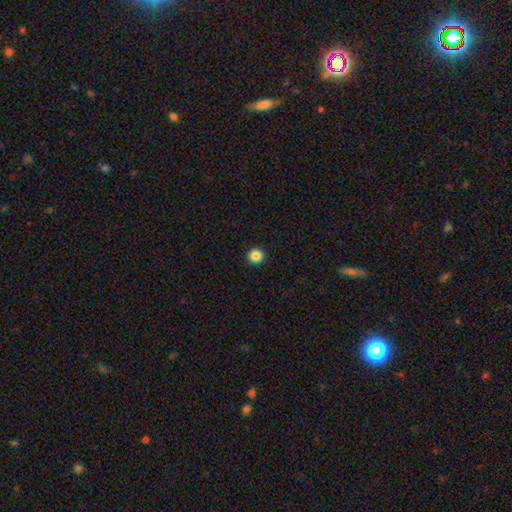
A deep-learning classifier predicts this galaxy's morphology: Smooth or featured: smooth — 86% (star or artifact — 11%)
How rounded: round — 96% (in between — 3%)
Merging: none — 94% (minor disturbance — 4%)